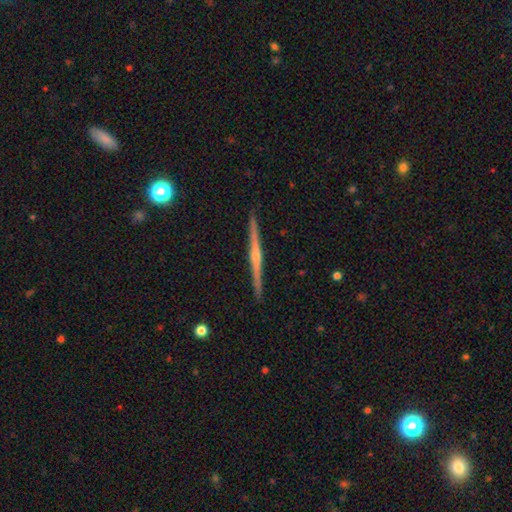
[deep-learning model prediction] Smooth or featured? featured or disk (82%)
Edge-on disk? yes (99%)
Edge-on bulge? rounded (82%)
Merging? none (92%)